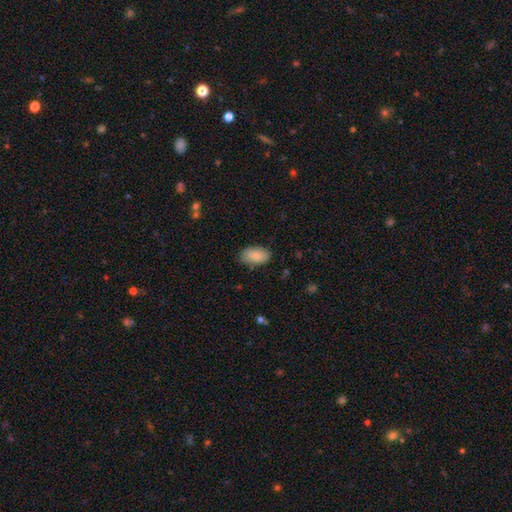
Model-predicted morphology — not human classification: smooth 83%, featured or disk 10%, star or artifact 7%. Down the decision tree: how rounded — in between (93%); merging — none (74%).